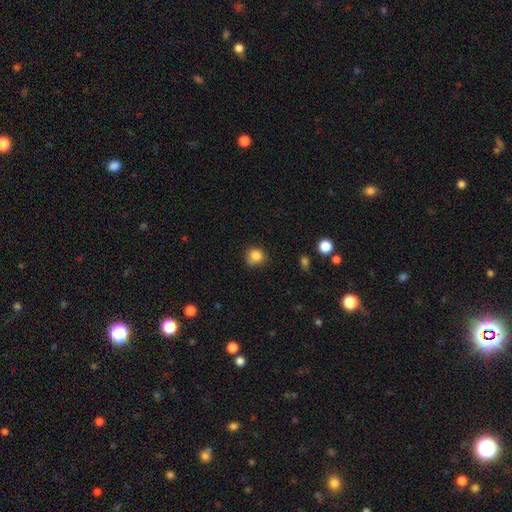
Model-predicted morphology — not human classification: Smooth or featured?
  - smooth: 84% *
  - star or artifact: 11%
  - featured or disk: 5%
How rounded?
  - round: 78% *
  - in between: 21%
  - cigar-shaped: 1%
Merging?
  - none: 62% *
  - minor disturbance: 29%
  - major disturbance: 7%
  - merger: 3%